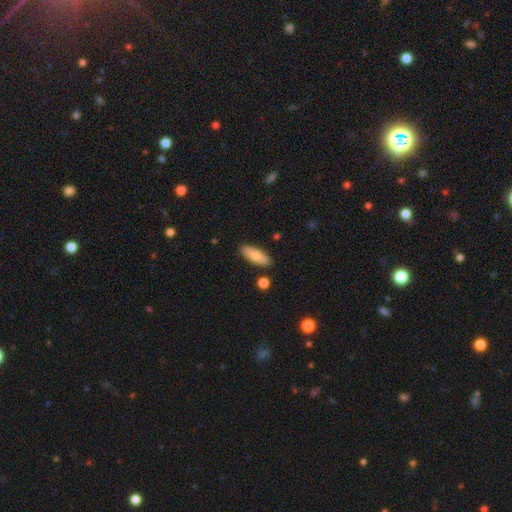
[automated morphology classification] smooth_or_featured: smooth (p=0.78) [alt: featured or disk p=0.16]
how_rounded: in between (p=0.64) [alt: cigar-shaped p=0.34]
merging: none (p=0.87) [alt: minor disturbance p=0.09]